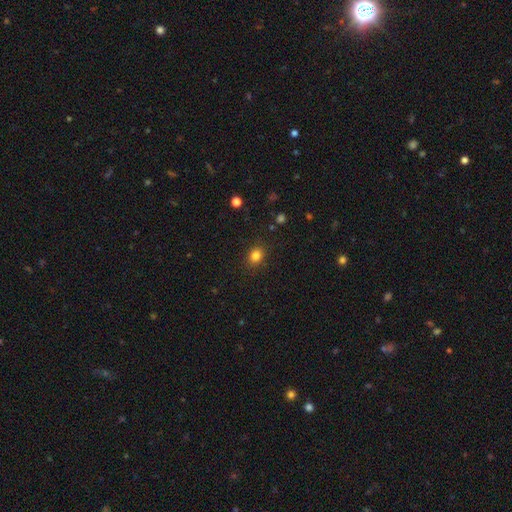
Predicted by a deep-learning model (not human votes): Smooth or featured? smooth (83%)
How rounded? round (56%)
Merging? none (87%)